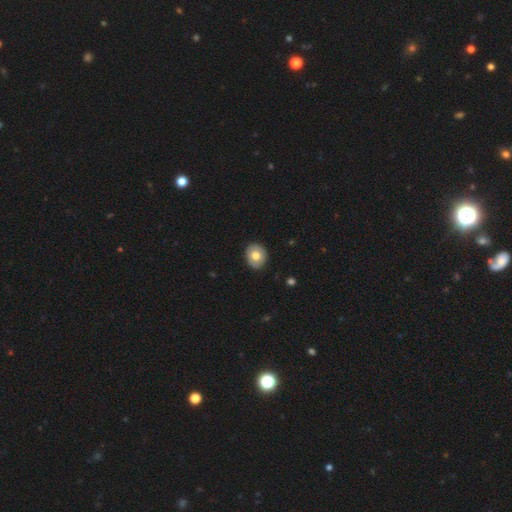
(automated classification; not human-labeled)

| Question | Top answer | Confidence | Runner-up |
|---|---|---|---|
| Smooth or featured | smooth | 71% | featured or disk (22%) |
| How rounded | round | 62% | in between (37%) |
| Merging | none | 90% | minor disturbance (8%) |